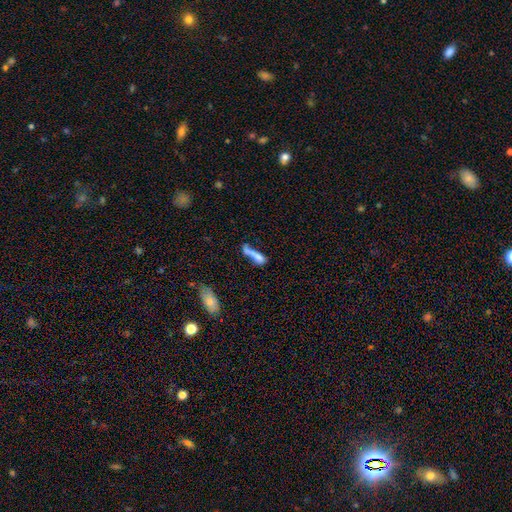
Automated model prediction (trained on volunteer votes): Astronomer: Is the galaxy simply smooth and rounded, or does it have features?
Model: smooth — 63%.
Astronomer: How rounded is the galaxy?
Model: cigar-shaped — 64%.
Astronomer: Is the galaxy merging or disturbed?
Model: merger — 32% (runner-up: none, 28%).